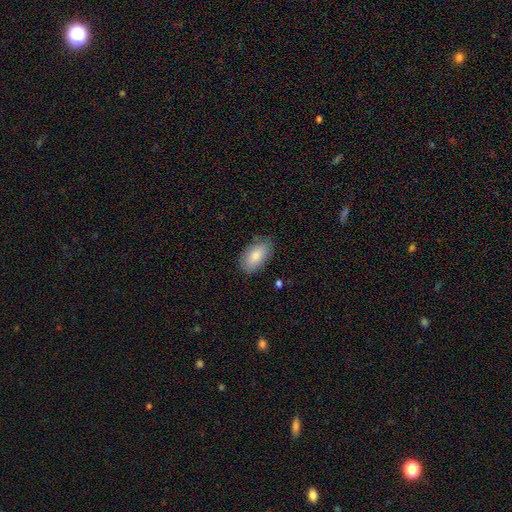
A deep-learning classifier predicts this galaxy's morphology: A smooth galaxy with no disk features (83%) that is in between round and cigar-shaped (94%).

Vote fractions:
- Smooth or featured? smooth: 83% / featured or disk: 10% / star or artifact: 6%
- How rounded? in between: 94% / round: 4% / cigar-shaped: 2%
- Merging? none: 78% / minor disturbance: 17% / major disturbance: 3% / merger: 1%